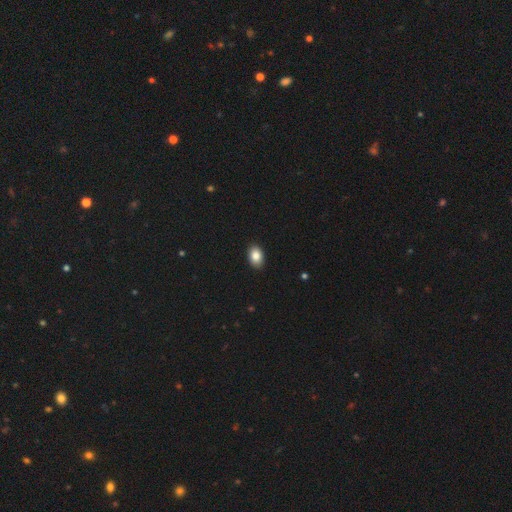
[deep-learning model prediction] Smooth or featured: smooth — 86% (star or artifact — 8%)
How rounded: in between — 86% (round — 13%)
Merging: none — 90% (minor disturbance — 7%)